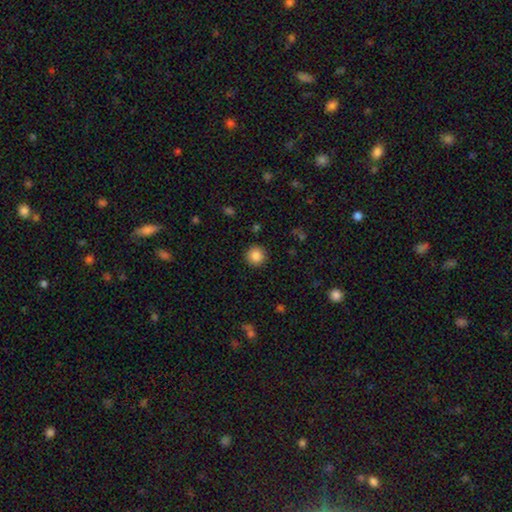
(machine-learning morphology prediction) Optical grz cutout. It shows a smooth galaxy with no disk features (86%) that is round (95%). Merging: none (91%).